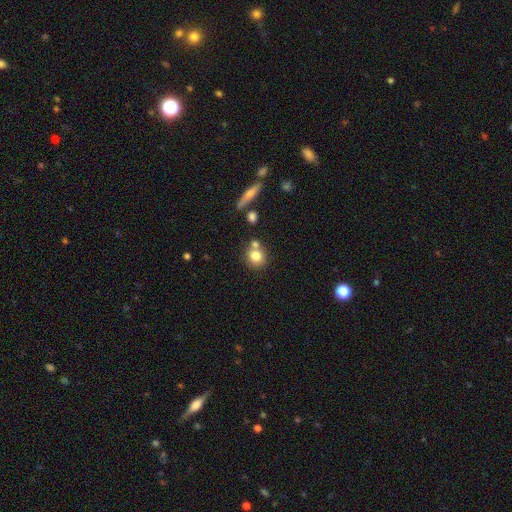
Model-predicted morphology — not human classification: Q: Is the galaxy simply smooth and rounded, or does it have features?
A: smooth — 79%.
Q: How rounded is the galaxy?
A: round — 84%.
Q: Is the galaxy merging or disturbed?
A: none — 59%.